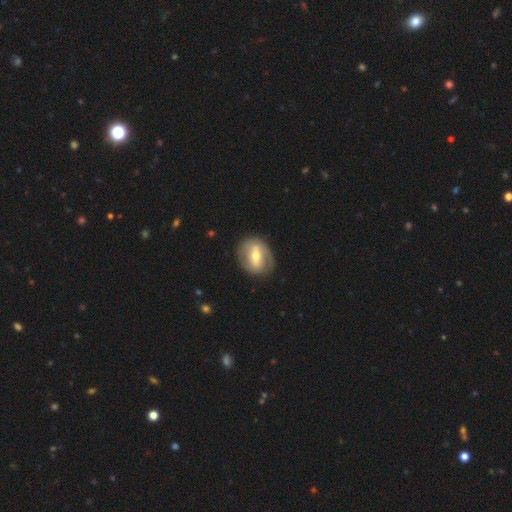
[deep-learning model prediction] smooth_or_featured: featured or disk (p=0.63) [alt: smooth p=0.31]
disk_edge_on: no (p=0.92) [alt: yes p=0.08]
bar: strong (p=0.53) [alt: weak p=0.32]
has_spiral_arms: no (p=0.51) [alt: yes p=0.49]
bulge_size: moderate (p=0.64) [alt: small p=0.28]
merging: none (p=0.81) [alt: minor disturbance p=0.13]